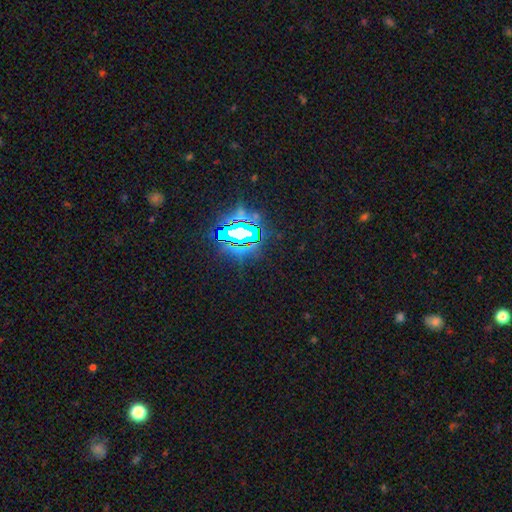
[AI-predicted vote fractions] smooth_or_featured: star or artifact (p=0.84) [alt: smooth p=0.10]